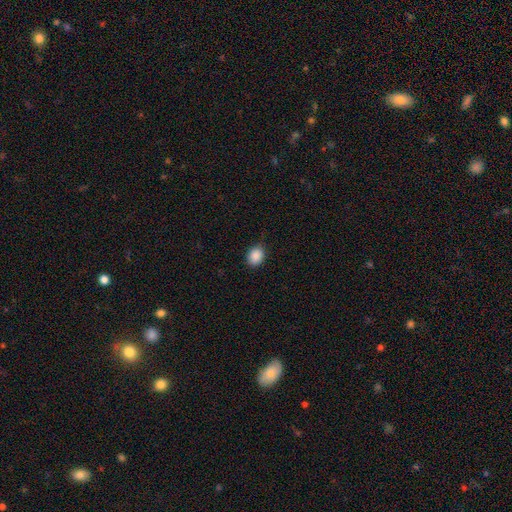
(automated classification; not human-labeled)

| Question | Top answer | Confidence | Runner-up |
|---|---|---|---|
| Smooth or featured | smooth | 89% | star or artifact (8%) |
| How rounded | in between | 61% | round (38%) |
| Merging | none | 83% | minor disturbance (13%) |